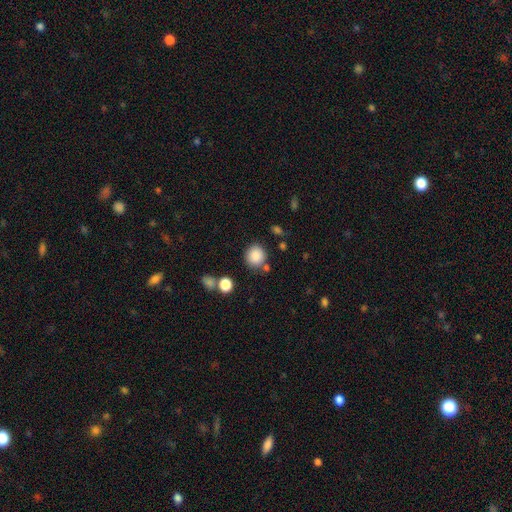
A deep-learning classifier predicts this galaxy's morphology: A smooth galaxy with no disk features (86%) that is round (86%).

Vote fractions:
- Smooth or featured? smooth: 86% / star or artifact: 9% / featured or disk: 4%
- How rounded? round: 86% / in between: 13% / cigar-shaped: 1%
- Merging? none: 79% / minor disturbance: 11% / merger: 6% / major disturbance: 4%